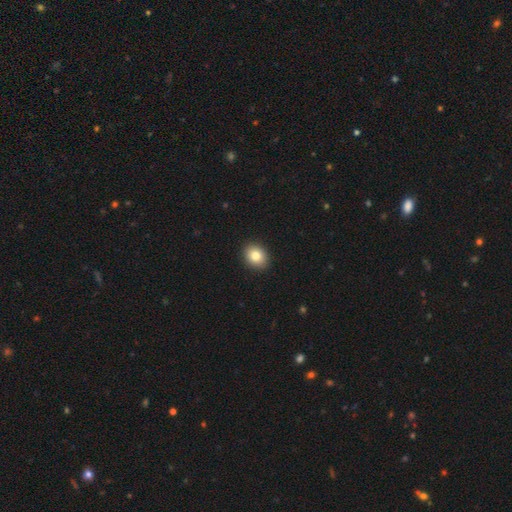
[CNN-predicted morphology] smooth_or_featured: smooth (p=0.82) [alt: featured or disk p=0.09]
how_rounded: in between (p=0.50) [alt: round p=0.49]
merging: none (p=0.92) [alt: minor disturbance p=0.06]